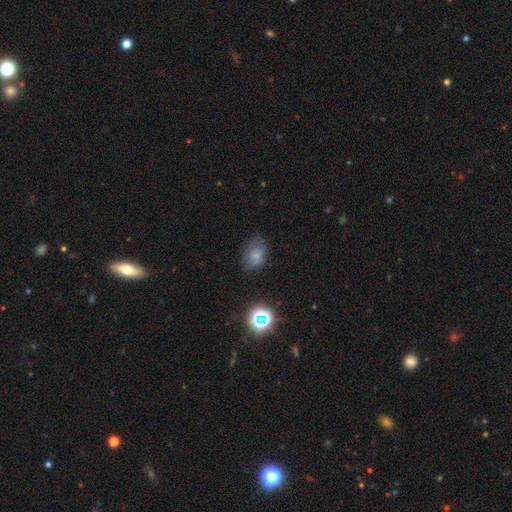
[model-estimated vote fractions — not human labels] This is likely a smooth galaxy (68%). How rounded: likely in between (79%). Merging: likely none (60%).